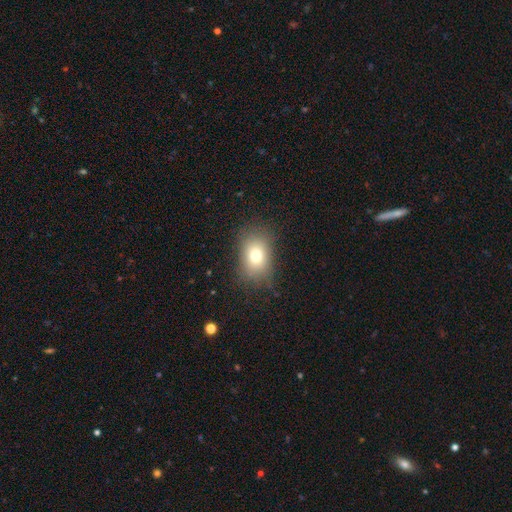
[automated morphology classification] smooth-or-featured: smooth: 73% | featured or disk: 13% | star or artifact: 13%
  how-rounded: in between: 68% | round: 31% | cigar-shaped: 1%
  merging: none: 79% | minor disturbance: 14% | major disturbance: 6% | merger: 1%